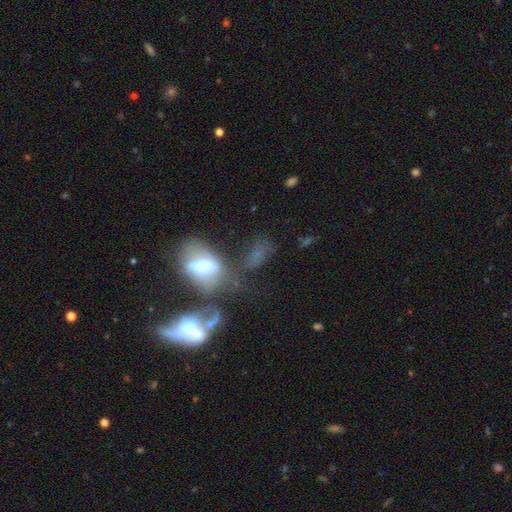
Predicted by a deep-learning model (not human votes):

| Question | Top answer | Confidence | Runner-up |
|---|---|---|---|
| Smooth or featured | featured or disk | 41% | smooth (39%) |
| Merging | merger | 34% | none (27%) |